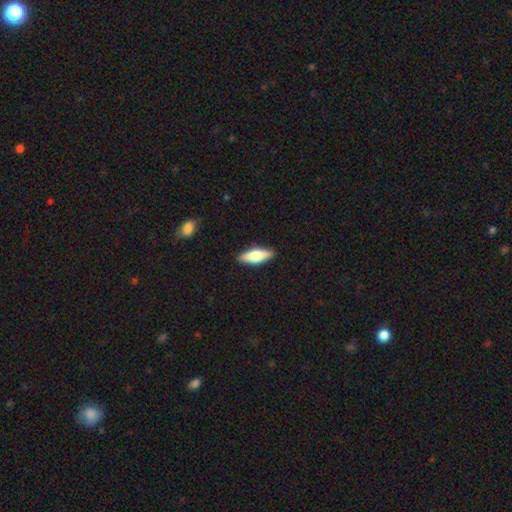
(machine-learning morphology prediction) smooth-or-featured: smooth: 61% | featured or disk: 33% | star or artifact: 6%
  how-rounded: in between: 56% | cigar-shaped: 41% | round: 2%
  merging: none: 89% | minor disturbance: 8% | major disturbance: 2% | merger: 1%